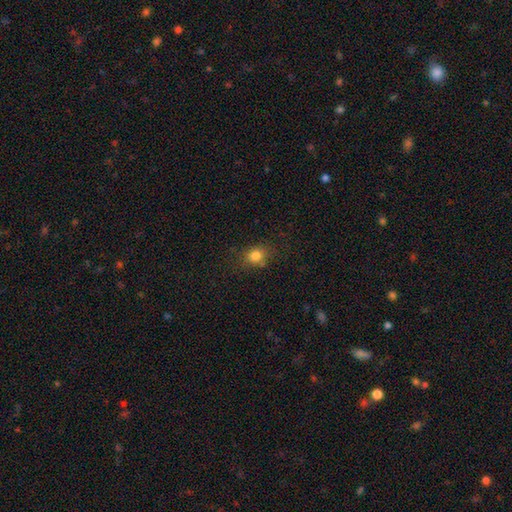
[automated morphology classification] type=smooth (81%); roundness=round (65%); merging=none (78%).